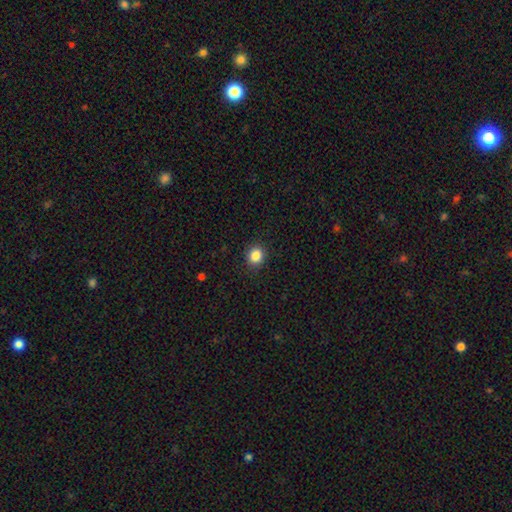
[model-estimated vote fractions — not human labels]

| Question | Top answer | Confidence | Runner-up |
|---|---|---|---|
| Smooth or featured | smooth | 86% | star or artifact (10%) |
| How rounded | round | 76% | in between (23%) |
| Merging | none | 91% | minor disturbance (6%) |